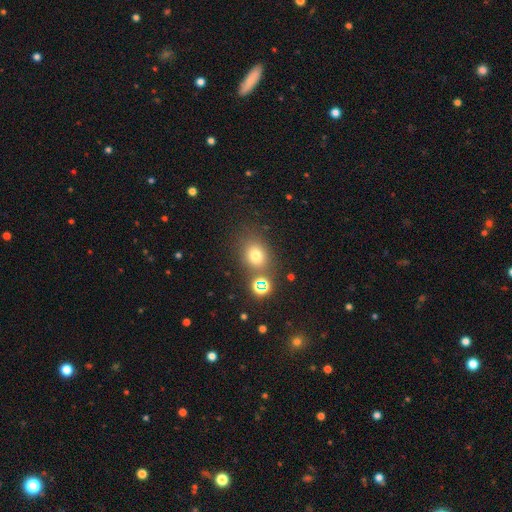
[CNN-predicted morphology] smooth 71%, star or artifact 20%, featured or disk 9%. Down the decision tree: how rounded — round (61%); merging — none (71%).